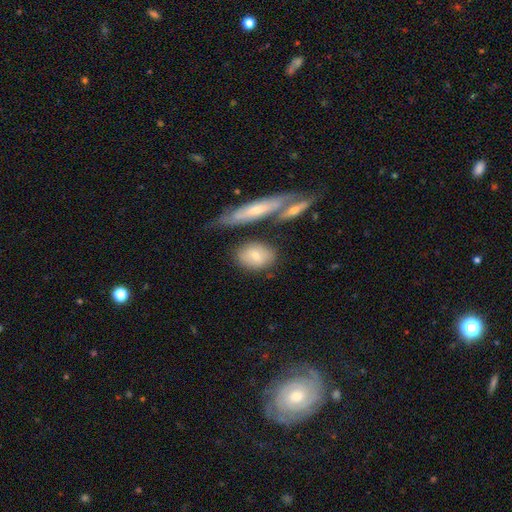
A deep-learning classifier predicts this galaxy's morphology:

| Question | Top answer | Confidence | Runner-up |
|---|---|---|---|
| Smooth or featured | smooth | 73% | featured or disk (21%) |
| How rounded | in between | 71% | round (23%) |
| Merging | none | 69% | minor disturbance (14%) |